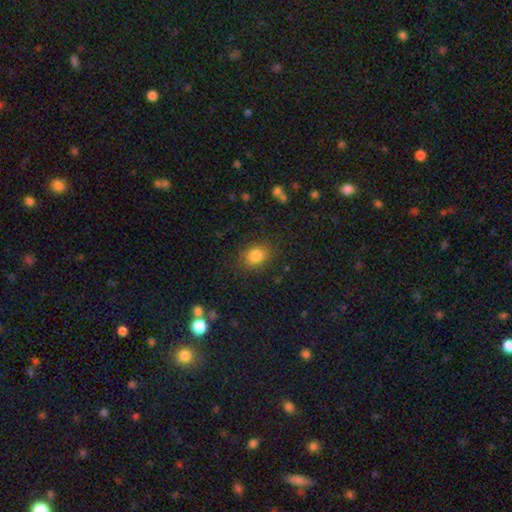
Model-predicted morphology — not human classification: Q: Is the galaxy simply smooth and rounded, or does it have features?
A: smooth — 84%.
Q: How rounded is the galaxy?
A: round — 53%.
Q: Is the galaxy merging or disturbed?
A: none — 83%.